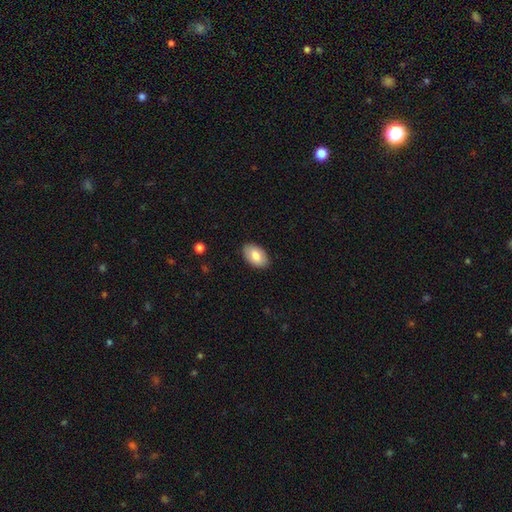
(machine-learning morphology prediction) This appears to be a smooth galaxy with no disk features (81%) that is in between round and cigar-shaped (93%). Merging: none (88%).